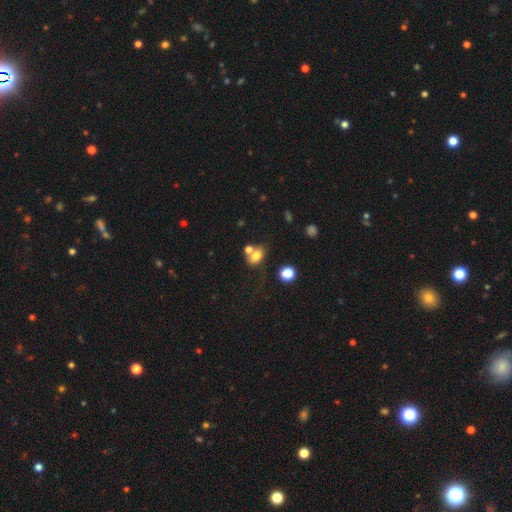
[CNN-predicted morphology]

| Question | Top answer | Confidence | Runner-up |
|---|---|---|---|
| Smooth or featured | smooth | 75% | featured or disk (13%) |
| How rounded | in between | 69% | round (30%) |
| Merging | merger | 42% | none (39%) |